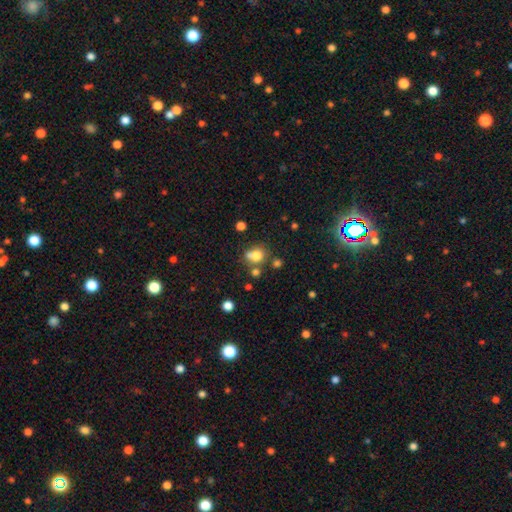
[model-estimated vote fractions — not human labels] Smooth or featured?
  - smooth: 76% *
  - star or artifact: 13%
  - featured or disk: 11%
How rounded?
  - round: 67% *
  - in between: 32%
  - cigar-shaped: 1%
Merging?
  - none: 51% *
  - merger: 27%
  - minor disturbance: 15%
  - major disturbance: 7%